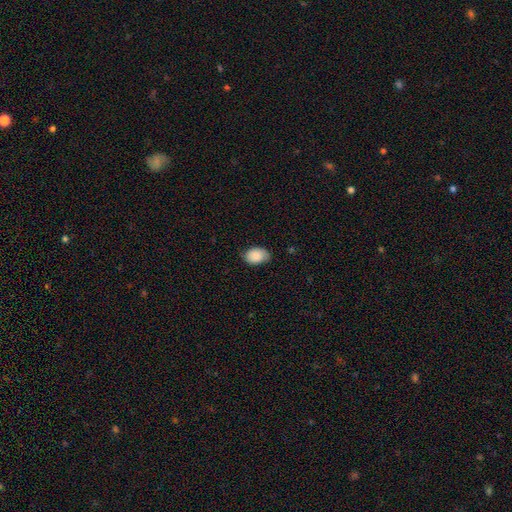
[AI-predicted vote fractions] A smooth galaxy with no disk features (86%) that is in between round and cigar-shaped (82%). Merging: none (71%).